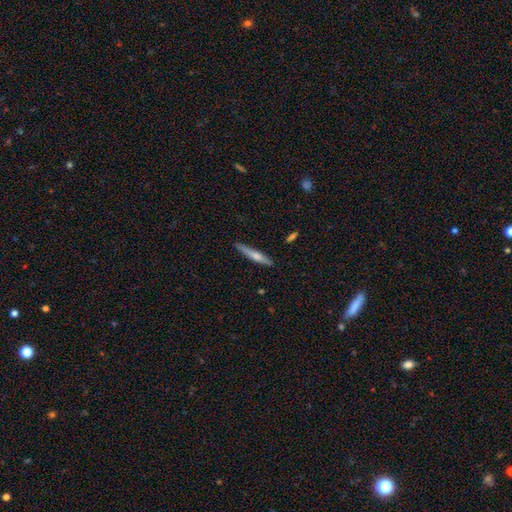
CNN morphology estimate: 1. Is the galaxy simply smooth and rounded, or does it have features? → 53% smooth, 41% featured or disk, 6% star or artifact.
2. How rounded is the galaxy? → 92% cigar-shaped, 6% in between, 2% round.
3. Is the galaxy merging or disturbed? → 84% none, 12% minor disturbance, 2% major disturbance, 2% merger.